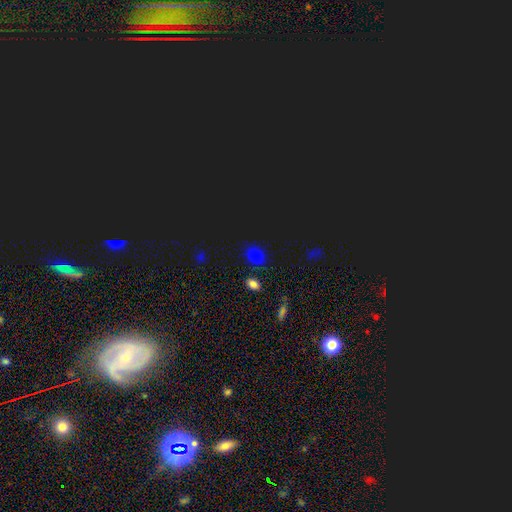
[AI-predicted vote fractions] smooth_or_featured: smooth (p=0.67) [alt: star or artifact p=0.28]
how_rounded: in between (p=0.63) [alt: round p=0.35]
merging: none (p=0.79) [alt: minor disturbance p=0.12]